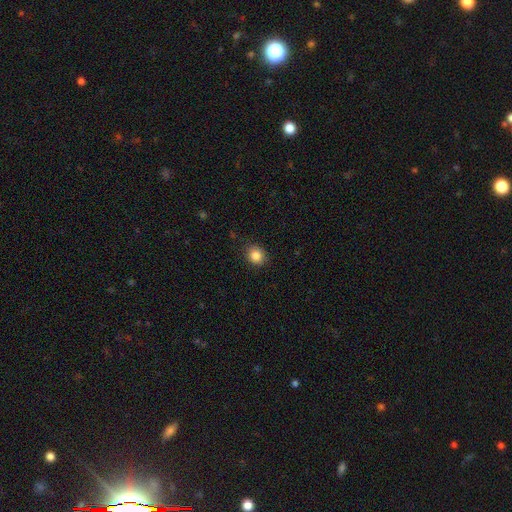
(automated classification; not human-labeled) Smooth or featured? smooth (85%)
How rounded? round (70%)
Merging? none (87%)